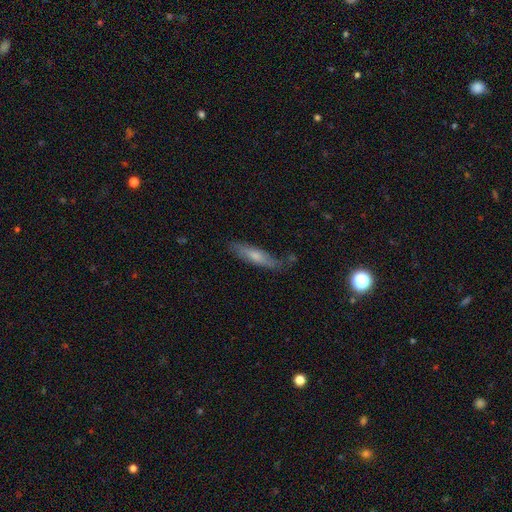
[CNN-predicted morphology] The model was most divided on "smooth or featured": smooth: 59%, featured or disk: 34%, star or artifact: 6%. More confident: how rounded — cigar-shaped (78%); merging — none (73%).